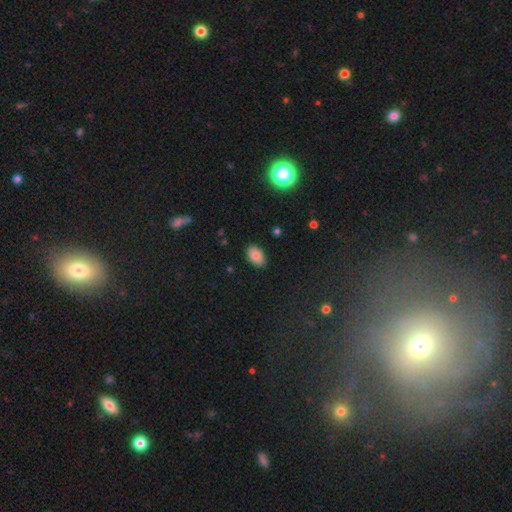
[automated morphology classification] A smooth galaxy with no disk features (84%) that is in between round and cigar-shaped (93%).

Vote fractions:
- Smooth or featured? smooth: 84% / star or artifact: 9% / featured or disk: 7%
- How rounded? in between: 93% / round: 6% / cigar-shaped: 1%
- Merging? none: 87% / minor disturbance: 10% / major disturbance: 2% / merger: 1%